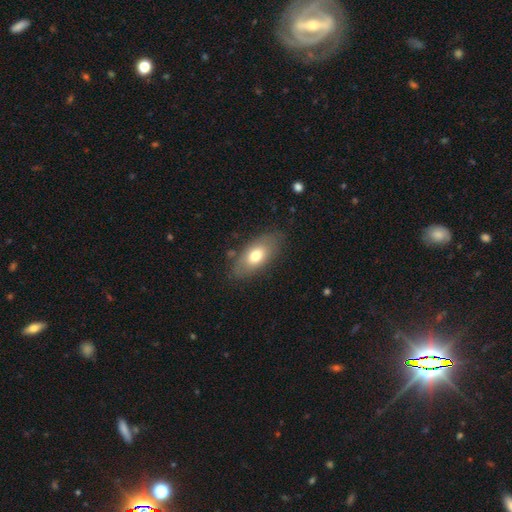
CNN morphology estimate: A smooth galaxy with no disk features (71%) that is in between round and cigar-shaped (88%).

Vote fractions:
- Smooth or featured? smooth: 71% / featured or disk: 22% / star or artifact: 7%
- How rounded? in between: 88% / cigar-shaped: 7% / round: 5%
- Merging? none: 79% / minor disturbance: 15% / major disturbance: 4% / merger: 2%